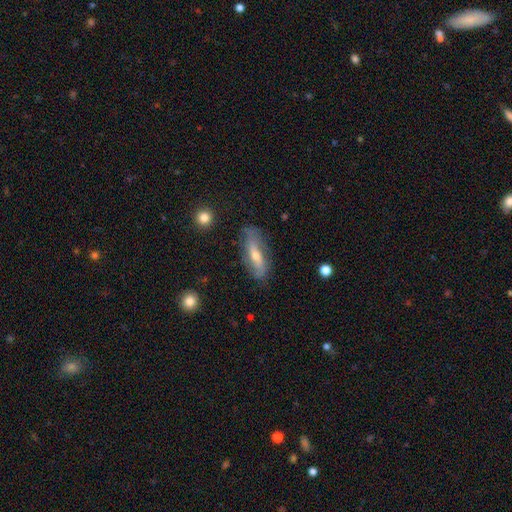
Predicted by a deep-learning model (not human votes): This is likely a featured or disk galaxy (60%). It is likely not viewed edge-on (69%). Merging: likely none (73%).